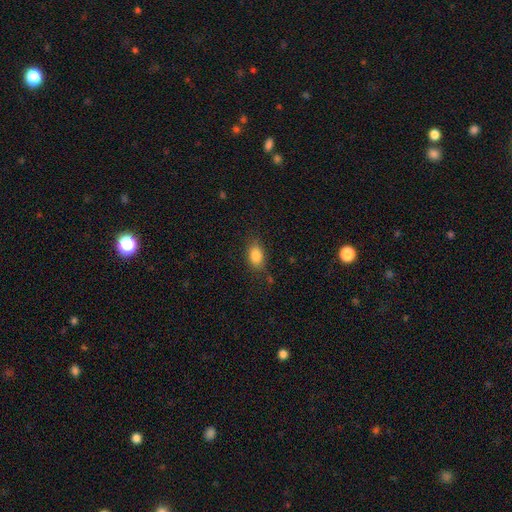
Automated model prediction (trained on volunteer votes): The model was most divided on "merging": none: 78%, minor disturbance: 16%, major disturbance: 4%, merger: 2%. More confident: how rounded — in between (84%); smooth or featured — smooth (83%).